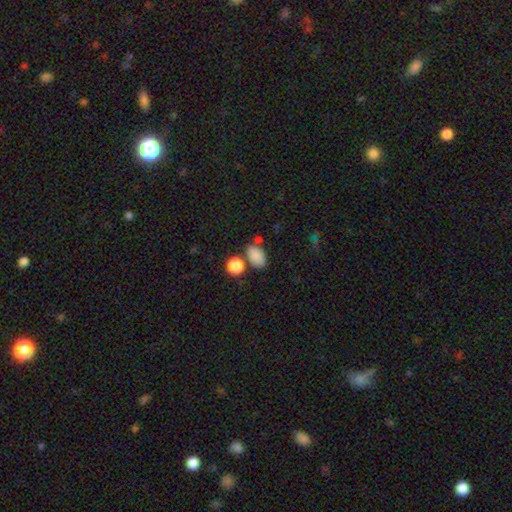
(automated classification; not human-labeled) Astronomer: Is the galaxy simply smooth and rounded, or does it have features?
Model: smooth — 86%.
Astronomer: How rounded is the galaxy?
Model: in between — 85%.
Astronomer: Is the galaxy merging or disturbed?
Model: none — 68%.